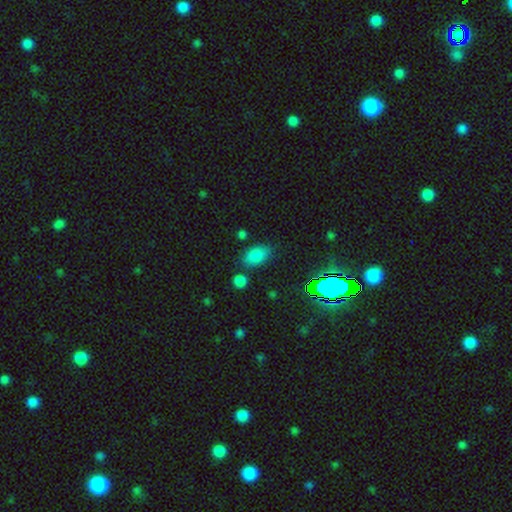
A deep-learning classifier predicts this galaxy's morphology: smooth 77%, star or artifact 15%, featured or disk 7%. Down the decision tree: how rounded — in between (84%); merging — none (74%).